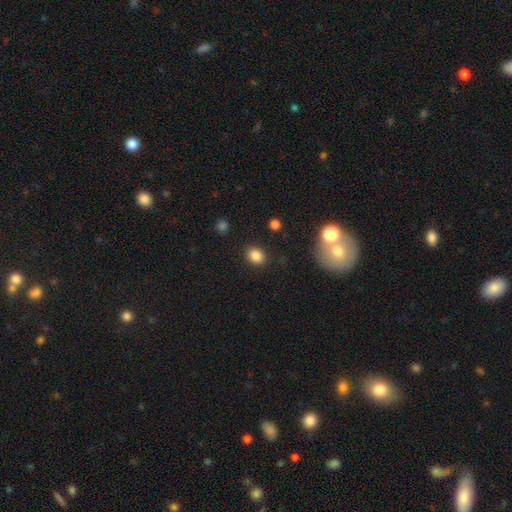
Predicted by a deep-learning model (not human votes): Smooth or featured: smooth — 84% (star or artifact — 11%)
How rounded: round — 54% (in between — 45%)
Merging: none — 88% (minor disturbance — 8%)